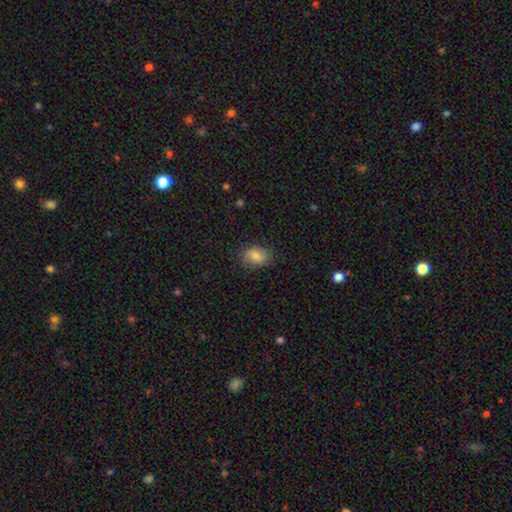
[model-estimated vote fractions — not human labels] Morphology: type=smooth (76%); roundness=in between (76%); merging=none (75%).